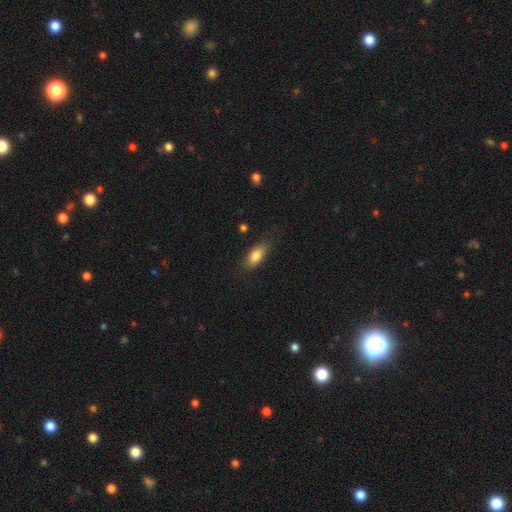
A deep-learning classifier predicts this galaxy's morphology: smooth-or-featured: smooth: 82% | featured or disk: 11% | star or artifact: 7%
  how-rounded: in between: 82% | cigar-shaped: 15% | round: 3%
  merging: none: 76% | minor disturbance: 18% | major disturbance: 5% | merger: 2%